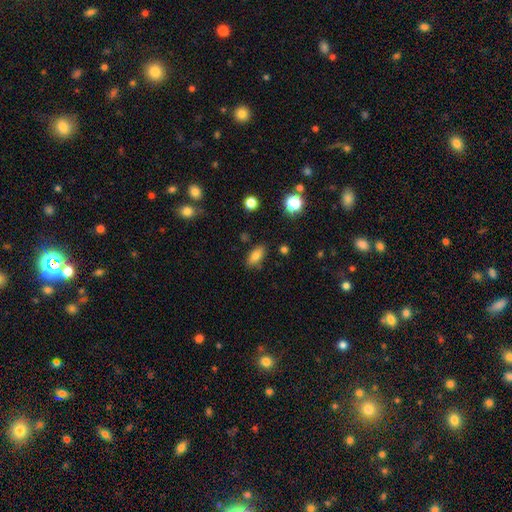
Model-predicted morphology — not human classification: type=smooth (80%); roundness=in between (86%); merging=none (82%).